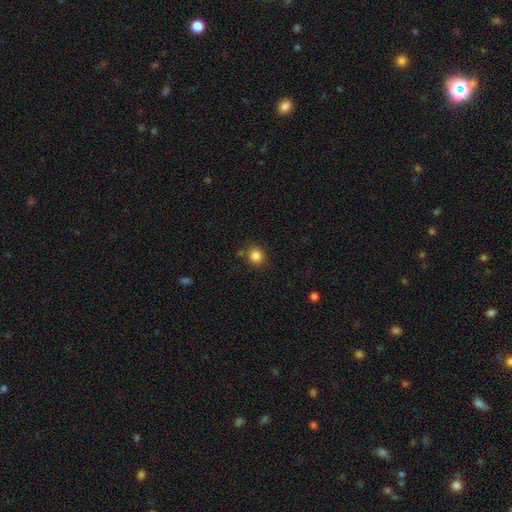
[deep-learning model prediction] smooth_or_featured: smooth (p=0.85) [alt: star or artifact p=0.11]
how_rounded: round (p=0.87) [alt: in between p=0.12]
merging: none (p=0.81) [alt: minor disturbance p=0.10]